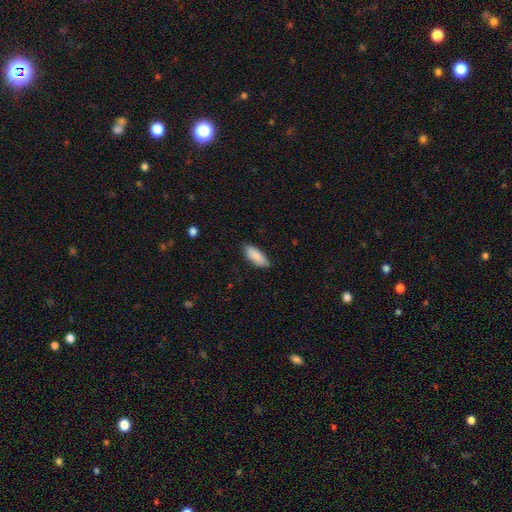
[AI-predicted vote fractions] Overall: smooth (88%). How rounded: in between (83%). Merging: none (82%).